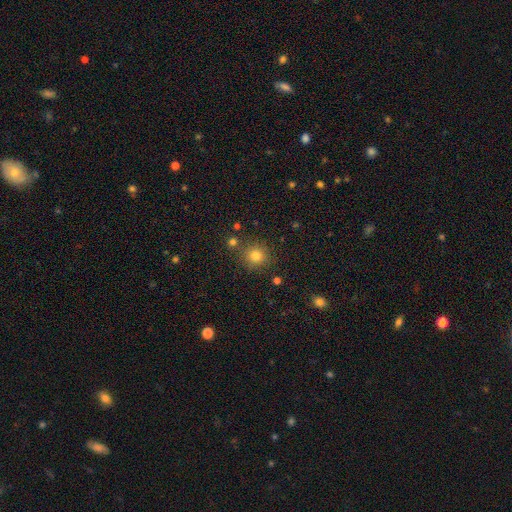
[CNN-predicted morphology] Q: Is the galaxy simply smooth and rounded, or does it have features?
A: smooth — 79%.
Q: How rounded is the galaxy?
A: round — 92%.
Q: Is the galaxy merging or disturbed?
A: none — 83%.